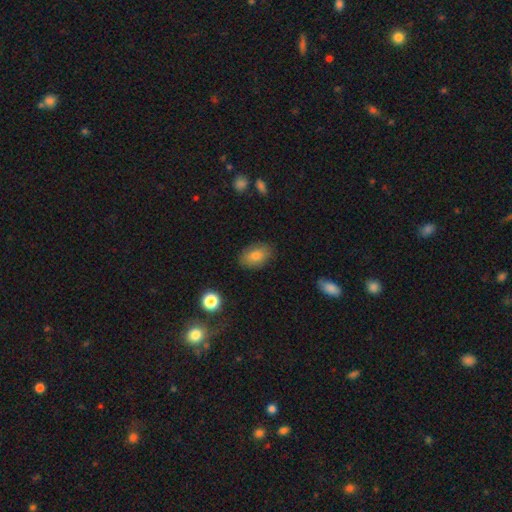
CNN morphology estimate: Q: Smooth or featured?
A: smooth (80%); runner-up: featured or disk (12%)
Q: How rounded?
A: in between (86%); runner-up: round (13%)
Q: Merging?
A: none (85%); runner-up: minor disturbance (11%)